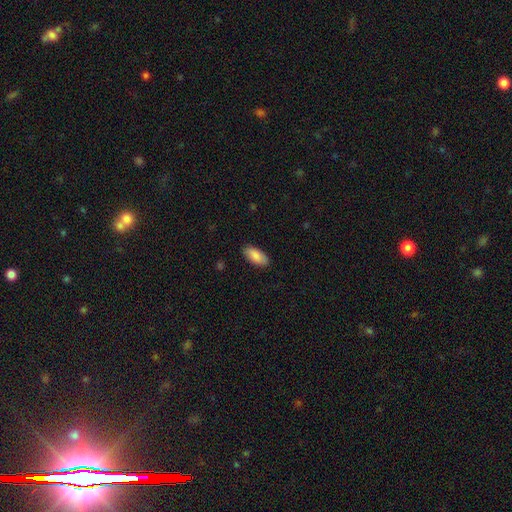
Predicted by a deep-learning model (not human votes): Q: Smooth or featured?
A: smooth (88%); runner-up: star or artifact (6%)
Q: How rounded?
A: in between (91%); runner-up: cigar-shaped (8%)
Q: Merging?
A: none (87%); runner-up: minor disturbance (10%)